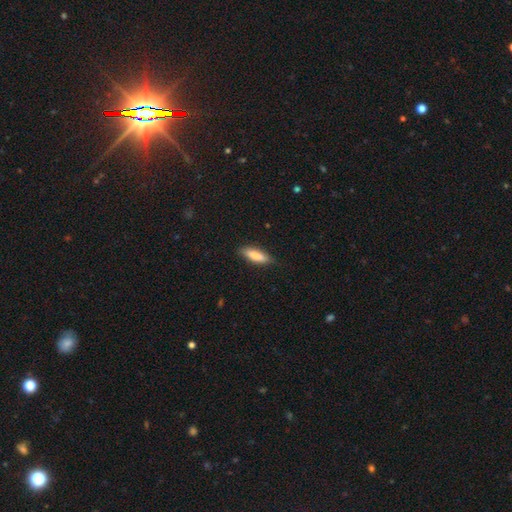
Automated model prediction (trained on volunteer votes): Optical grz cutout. It shows a smooth galaxy with no disk features (79%) that is cigar-shaped (50%). Merging: none (84%).